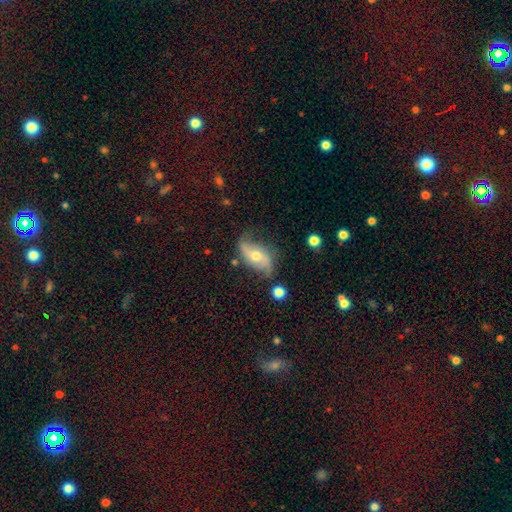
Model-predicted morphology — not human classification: The model was most divided on "bar": no: 58%, weak: 27%, strong: 14%. More confident: edge-on disk — no (89%); spiral arm count — 2 (89%); spiral arms — yes (88%); spiral winding — loose (80%); smooth or featured — featured or disk (70%); bulge size — moderate (67%); merging — none (61%).